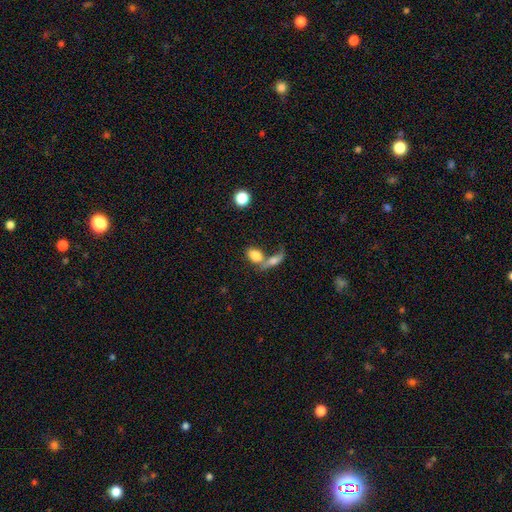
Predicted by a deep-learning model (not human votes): The model was most divided on "merging": merger: 56%, none: 27%, minor disturbance: 9%, major disturbance: 8%. More confident: smooth or featured — smooth (79%); how rounded — in between (79%).